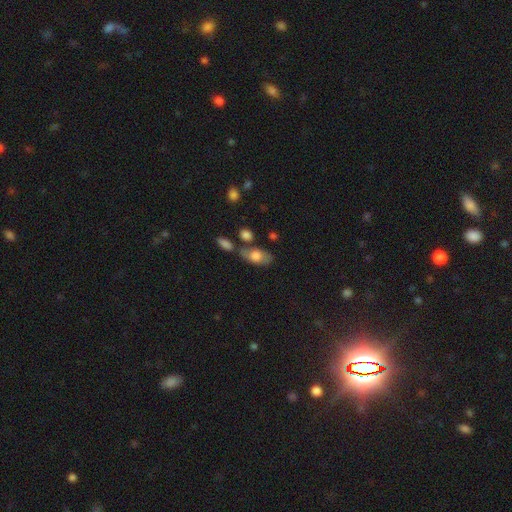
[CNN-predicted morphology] smooth-or-featured: smooth: 67% | featured or disk: 26% | star or artifact: 7%
  how-rounded: in between: 88% | round: 6% | cigar-shaped: 5%
  merging: none: 57% | merger: 18% | minor disturbance: 18% | major disturbance: 7%